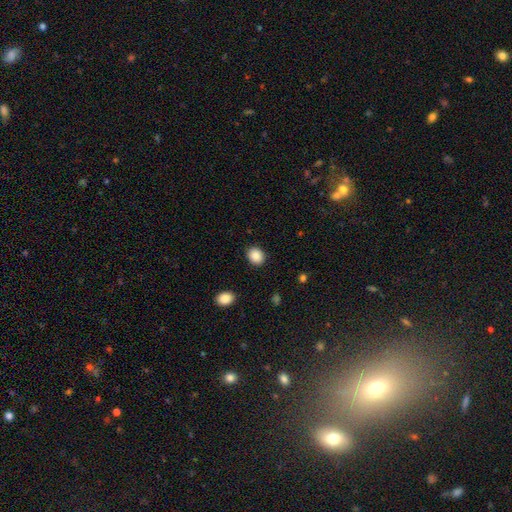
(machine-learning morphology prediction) smooth-or-featured: smooth: 88% | star or artifact: 8% | featured or disk: 3%
  how-rounded: round: 58% | in between: 41% | cigar-shaped: 1%
  merging: none: 89% | minor disturbance: 7% | major disturbance: 2% | merger: 1%